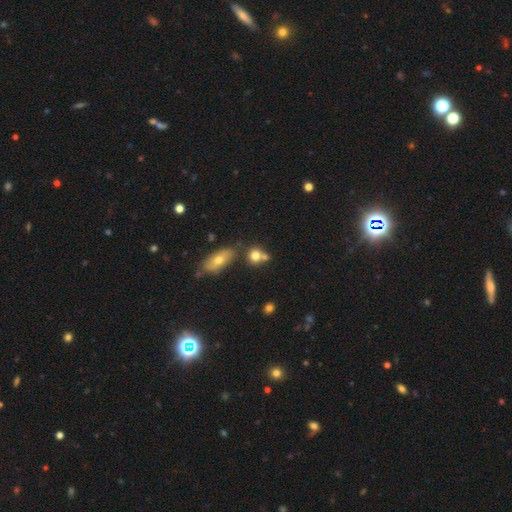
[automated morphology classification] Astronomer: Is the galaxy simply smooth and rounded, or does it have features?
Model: smooth — 76%.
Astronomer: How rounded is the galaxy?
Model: round — 68%.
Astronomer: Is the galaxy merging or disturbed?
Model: none — 47% (runner-up: merger, 38%).